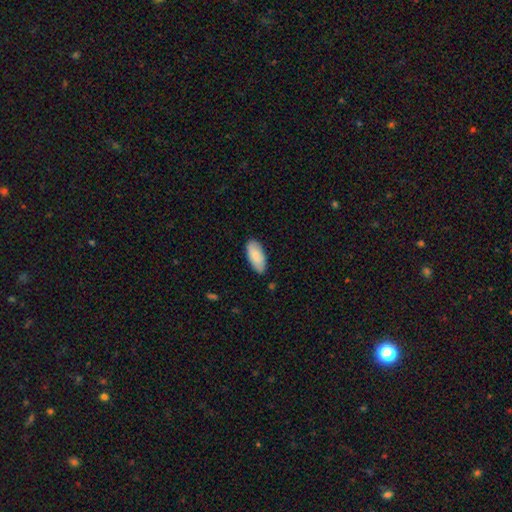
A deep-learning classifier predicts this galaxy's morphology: This is clearly a smooth galaxy (81%). How rounded: clearly in between (92%). Merging: clearly none (81%).